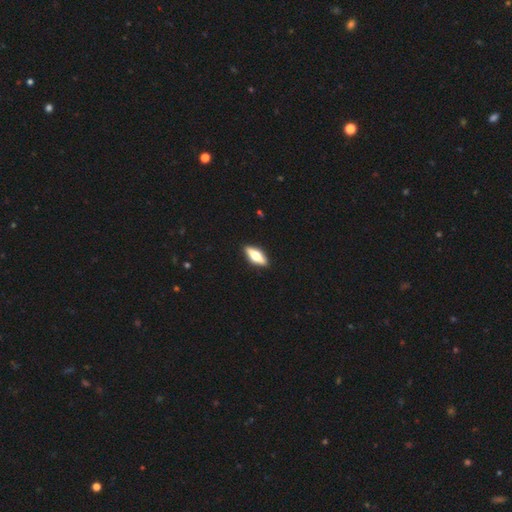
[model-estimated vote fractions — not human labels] This appears to be a smooth galaxy with no disk features (51%) that is in between round and cigar-shaped (62%). Merging: none (90%).